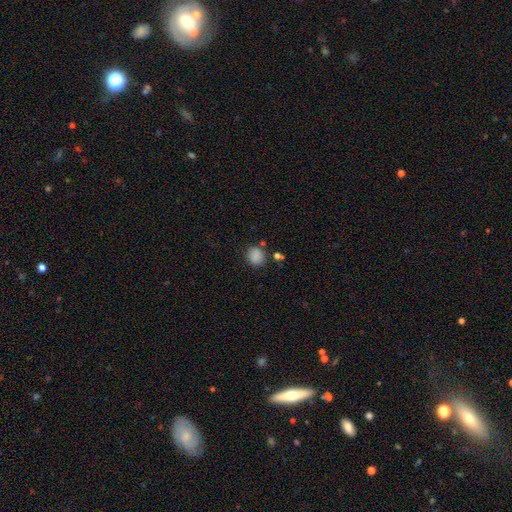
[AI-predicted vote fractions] A smooth galaxy with no disk features (85%) that is round (70%).

Vote fractions:
- Smooth or featured? smooth: 85% / star or artifact: 10% / featured or disk: 4%
- How rounded? round: 70% / in between: 29% / cigar-shaped: 1%
- Merging? none: 78% / minor disturbance: 13% / merger: 5% / major disturbance: 4%